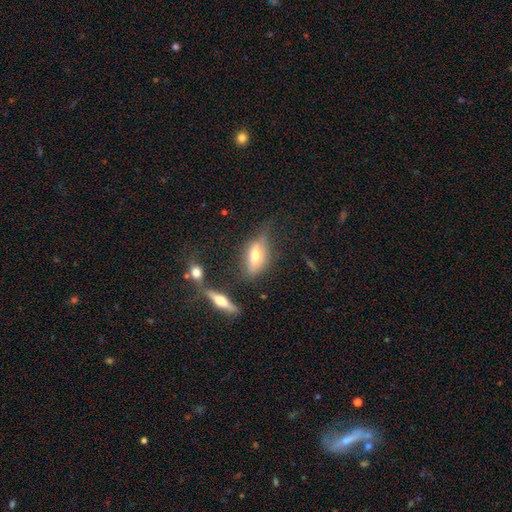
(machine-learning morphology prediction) smooth_or_featured: smooth (p=0.54) [alt: featured or disk p=0.35]
how_rounded: in between (p=0.80) [alt: cigar-shaped p=0.14]
merging: none (p=0.52) [alt: minor disturbance p=0.26]